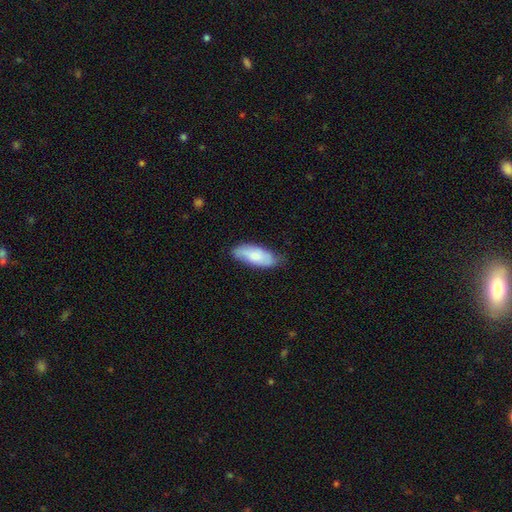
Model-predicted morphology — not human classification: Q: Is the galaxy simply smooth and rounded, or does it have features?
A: smooth — 73%.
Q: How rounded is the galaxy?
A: in between — 78%.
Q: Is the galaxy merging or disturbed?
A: none — 72%.